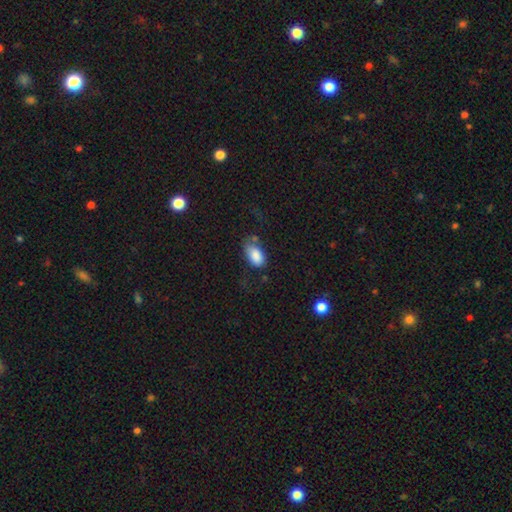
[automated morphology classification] smooth_or_featured: smooth (p=0.85) [alt: featured or disk p=0.08]
how_rounded: in between (p=0.93) [alt: round p=0.05]
merging: none (p=0.53) [alt: minor disturbance p=0.27]